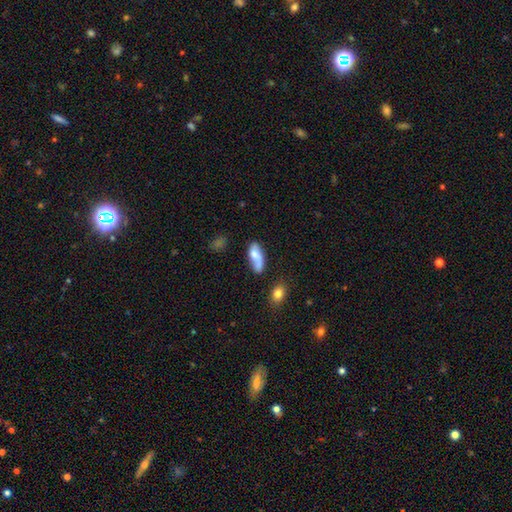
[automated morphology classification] Smooth or featured?
  - smooth: 64% *
  - featured or disk: 28%
  - star or artifact: 7%
How rounded?
  - in between: 78% *
  - cigar-shaped: 18%
  - round: 4%
Merging?
  - none: 43% *
  - minor disturbance: 26%
  - merger: 18%
  - major disturbance: 13%